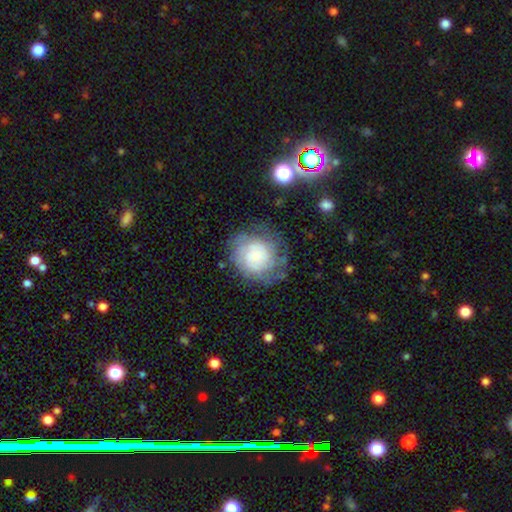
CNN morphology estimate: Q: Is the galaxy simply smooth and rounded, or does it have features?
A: featured or disk — 57%.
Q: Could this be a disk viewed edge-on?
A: no — 97%.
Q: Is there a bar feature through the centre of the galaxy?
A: no — 81%.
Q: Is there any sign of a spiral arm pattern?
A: yes — 81%.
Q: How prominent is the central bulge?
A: small — 50%.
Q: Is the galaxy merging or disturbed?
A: none — 65%.